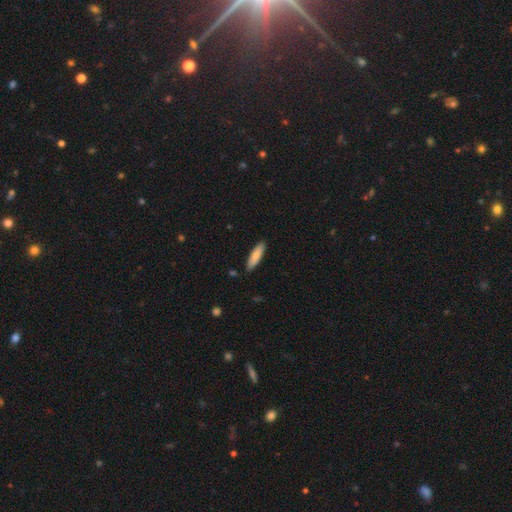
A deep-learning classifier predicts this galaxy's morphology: A smooth galaxy with no disk features (83%) that is cigar-shaped (65%). Merging: none (88%).